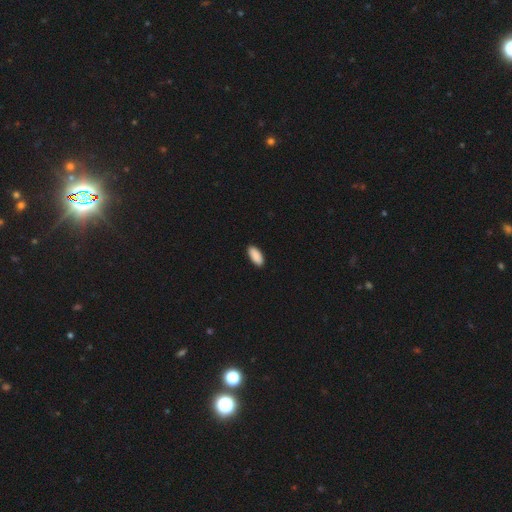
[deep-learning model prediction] A smooth galaxy with no disk features (91%) that is in between round and cigar-shaped (89%). Merging: none (90%).